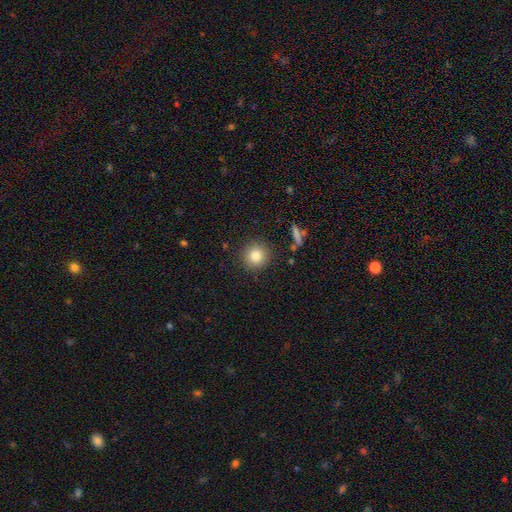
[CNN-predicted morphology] This is clearly a smooth galaxy (82%). How rounded: clearly round (92%). Merging: clearly none (88%).